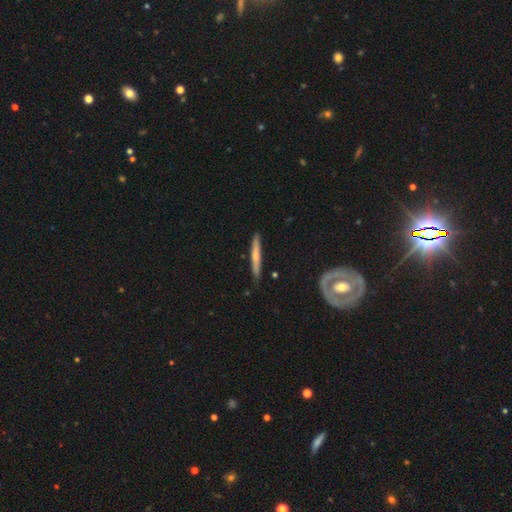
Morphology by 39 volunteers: Smooth or featured? 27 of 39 (69%) said smooth. How rounded? 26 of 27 (96%) said cigar-shaped. Merging? 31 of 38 (82%) said none.